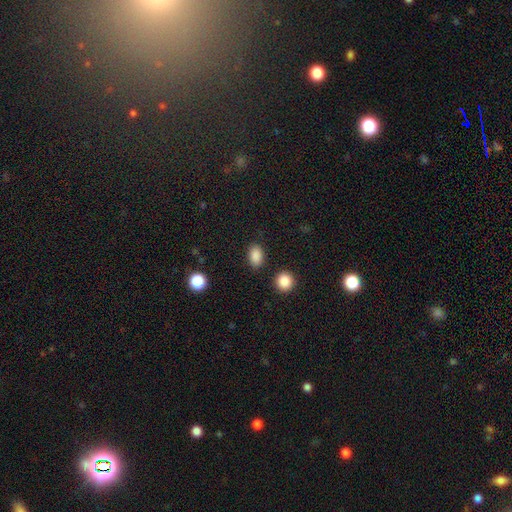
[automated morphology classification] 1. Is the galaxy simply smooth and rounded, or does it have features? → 87% smooth, 9% star or artifact, 3% featured or disk.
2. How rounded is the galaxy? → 81% in between, 18% round, 1% cigar-shaped.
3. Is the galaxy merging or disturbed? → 86% none, 9% minor disturbance, 3% major disturbance, 2% merger.